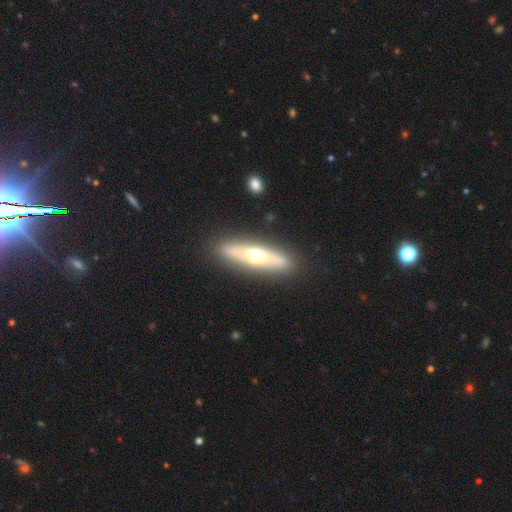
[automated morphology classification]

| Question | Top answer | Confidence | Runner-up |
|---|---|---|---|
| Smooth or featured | featured or disk | 52% | smooth (40%) |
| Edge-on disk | yes | 72% | no (28%) |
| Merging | none | 87% | minor disturbance (9%) |